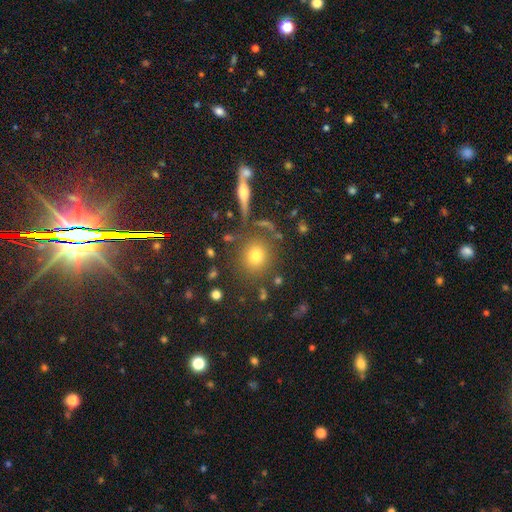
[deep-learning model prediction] smooth 68%, star or artifact 17%, featured or disk 15%. Down the decision tree: how rounded — round (82%); merging — none (80%).